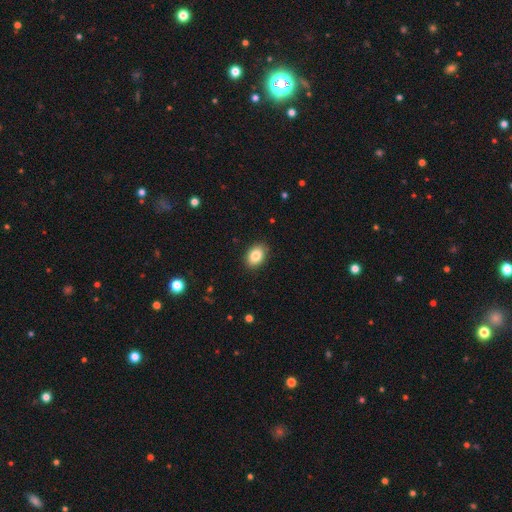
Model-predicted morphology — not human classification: Smooth or featured? smooth (84%)
How rounded? in between (80%)
Merging? none (89%)